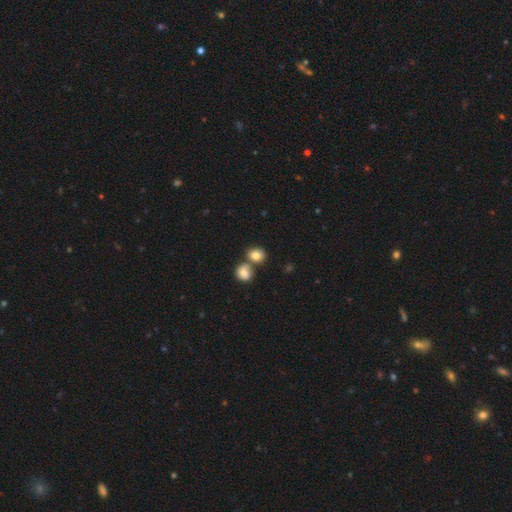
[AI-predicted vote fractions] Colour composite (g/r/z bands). It shows a smooth galaxy with no disk features (82%) that is round (61%). Merging: none (50%).